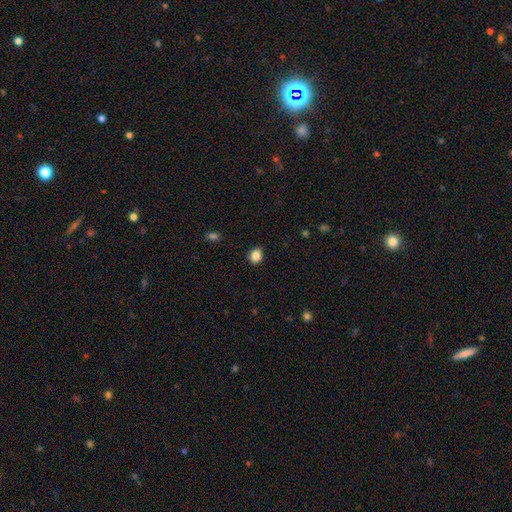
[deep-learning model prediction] The model was most divided on "how rounded": round: 53%, in between: 46%, cigar-shaped: 1%. More confident: smooth or featured — smooth (85%); merging — none (84%).